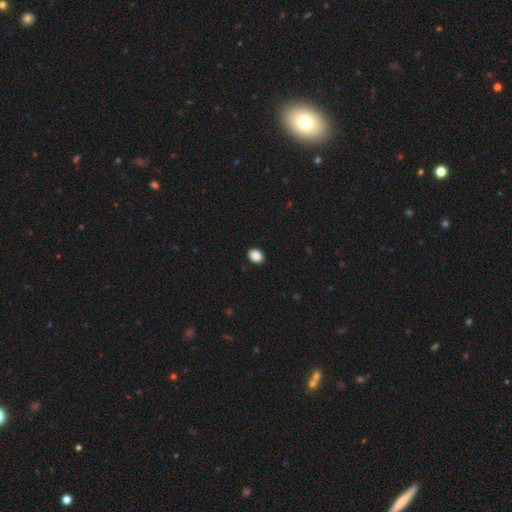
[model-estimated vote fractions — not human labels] Smooth or featured?
  - smooth: 89% *
  - star or artifact: 9%
  - featured or disk: 3%
How rounded?
  - in between: 59% *
  - round: 40%
  - cigar-shaped: 1%
Merging?
  - none: 91% *
  - minor disturbance: 6%
  - major disturbance: 2%
  - merger: 1%